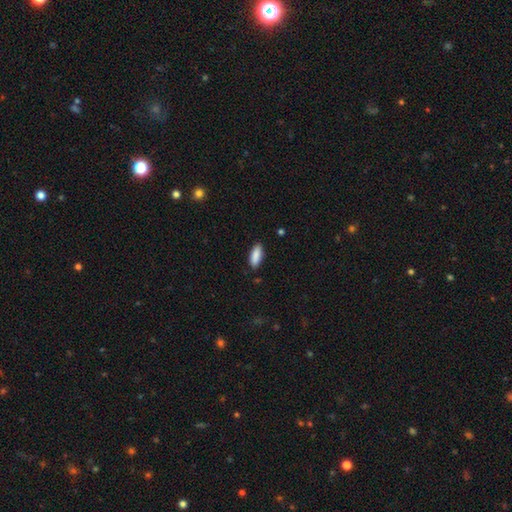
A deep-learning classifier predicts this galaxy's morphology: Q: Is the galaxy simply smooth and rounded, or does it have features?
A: smooth — 89%.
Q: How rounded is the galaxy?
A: in between — 76%.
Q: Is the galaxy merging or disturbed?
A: none — 87%.